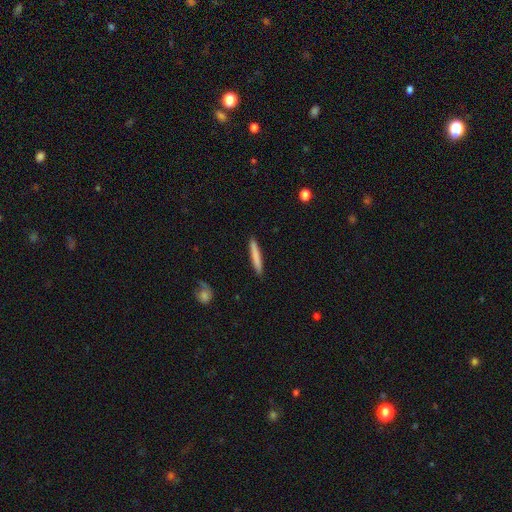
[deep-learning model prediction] smooth 77%, featured or disk 18%, star or artifact 5%. Down the decision tree: how rounded — cigar-shaped (95%); merging — none (91%).